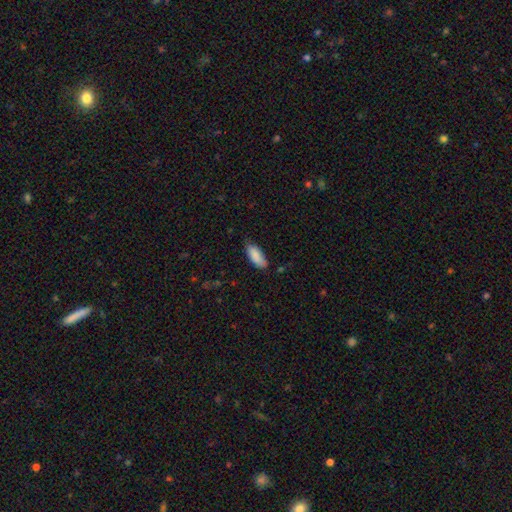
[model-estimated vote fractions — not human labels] Smooth or featured? smooth (89%)
How rounded? in between (82%)
Merging? none (73%)